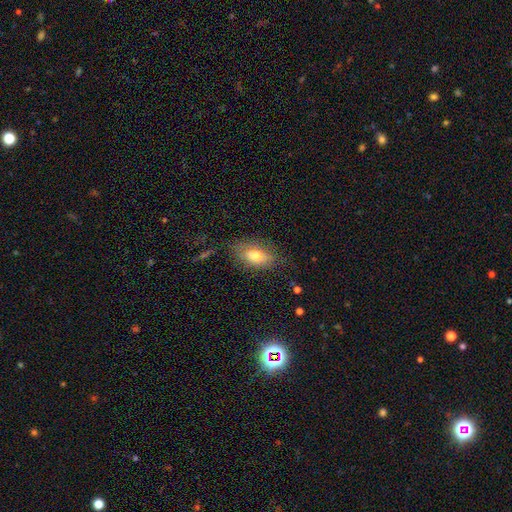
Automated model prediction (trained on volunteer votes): Smooth or featured? smooth (71%)
How rounded? in between (87%)
Merging? none (72%)